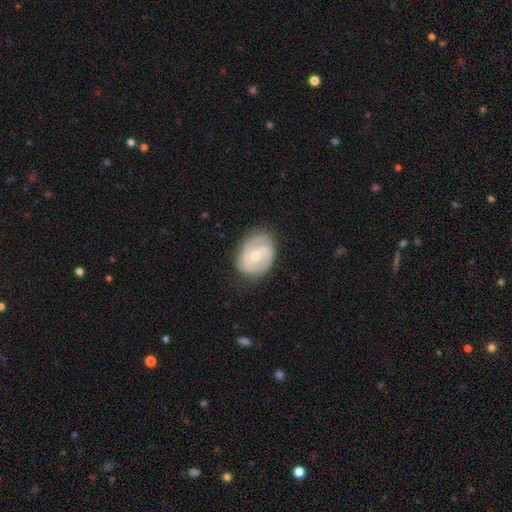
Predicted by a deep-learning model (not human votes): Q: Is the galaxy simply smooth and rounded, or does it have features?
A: featured or disk — 81%.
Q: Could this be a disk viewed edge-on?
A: no — 97%.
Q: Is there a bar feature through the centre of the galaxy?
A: weak — 51%.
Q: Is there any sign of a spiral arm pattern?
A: yes — 92%.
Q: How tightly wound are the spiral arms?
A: tight — 53%.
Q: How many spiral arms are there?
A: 2 — 76%.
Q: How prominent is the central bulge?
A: moderate — 61%.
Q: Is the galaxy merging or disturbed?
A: none — 77%.